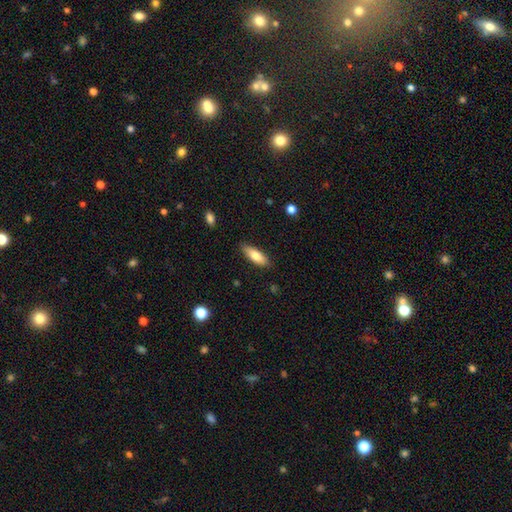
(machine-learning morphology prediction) smooth-or-featured: smooth: 77% | featured or disk: 16% | star or artifact: 6%
  how-rounded: in between: 65% | cigar-shaped: 33% | round: 2%
  merging: none: 85% | minor disturbance: 12% | major disturbance: 2% | merger: 1%